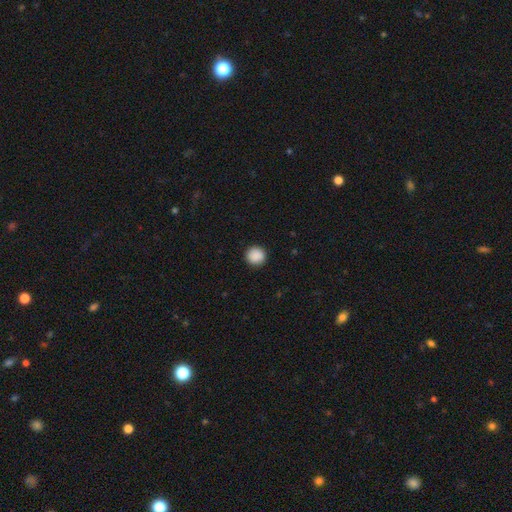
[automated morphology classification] Smooth or featured? Predicted: smooth (p=0.89). How rounded? Predicted: round (p=0.94). Merging? Predicted: none (p=0.91).